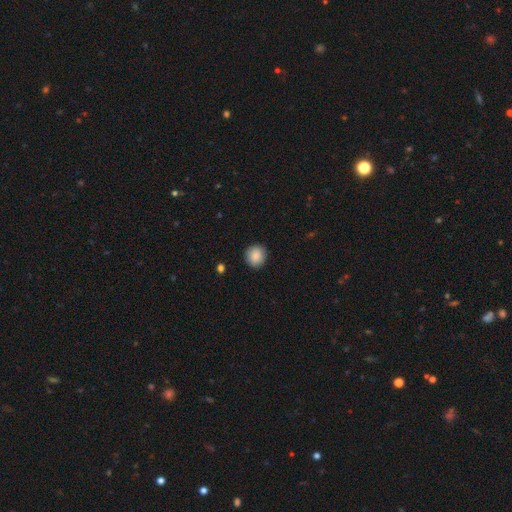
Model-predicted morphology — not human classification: Overall: smooth (86%). How rounded: round (91%). Merging: none (90%).